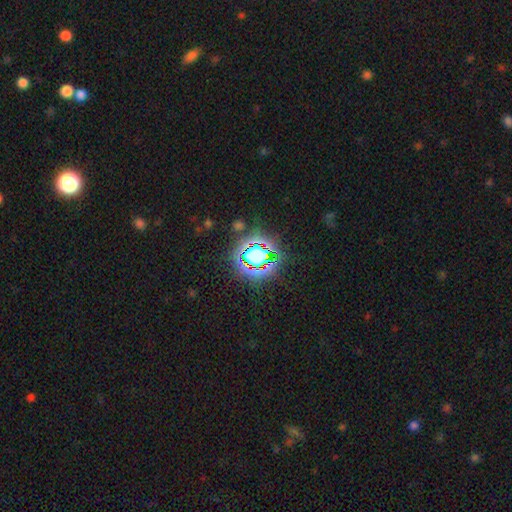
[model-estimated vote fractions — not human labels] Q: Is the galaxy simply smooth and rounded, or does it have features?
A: star or artifact — 68%.